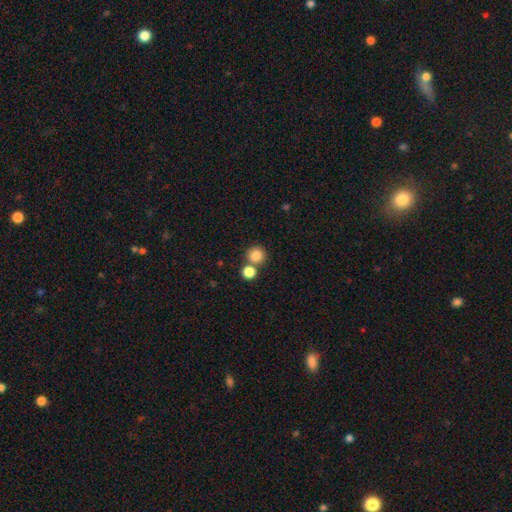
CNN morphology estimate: A smooth galaxy with no disk features (83%) that is round (92%). Merging: none (64%).